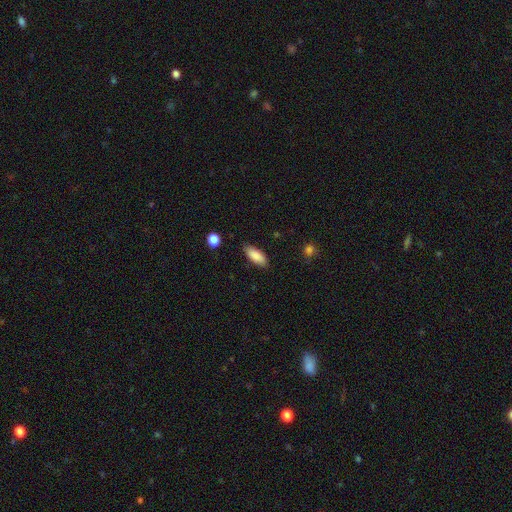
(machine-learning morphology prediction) A smooth galaxy with no disk features (87%) that is in between round and cigar-shaped (76%). Merging: none (84%).